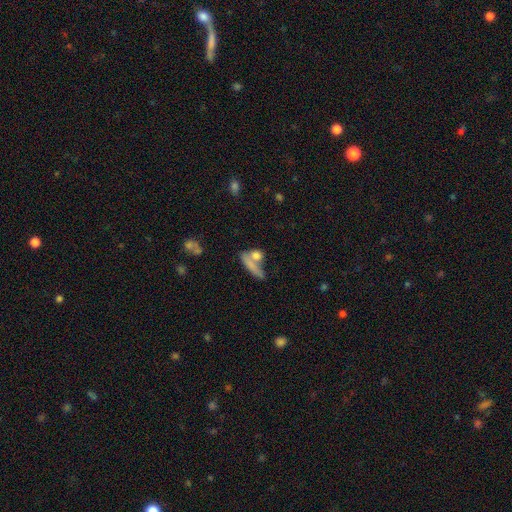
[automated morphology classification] smooth-or-featured: smooth: 67% | featured or disk: 21% | star or artifact: 12%
  how-rounded: in between: 40% | cigar-shaped: 38% | round: 21%
  merging: none: 41% | merger: 37% | minor disturbance: 12% | major disturbance: 10%